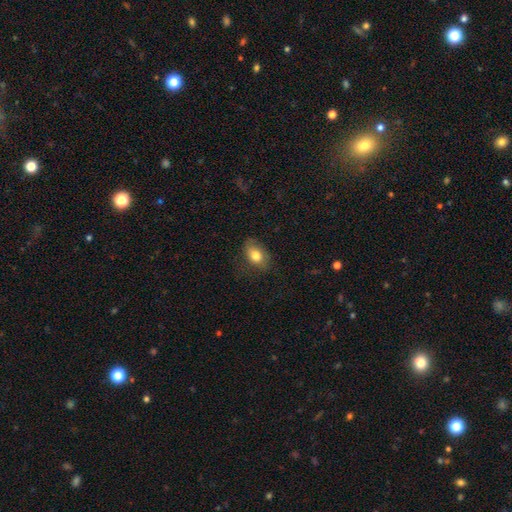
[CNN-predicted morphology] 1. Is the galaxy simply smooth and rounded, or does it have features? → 79% smooth, 13% featured or disk, 8% star or artifact.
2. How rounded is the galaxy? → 83% in between, 15% round, 2% cigar-shaped.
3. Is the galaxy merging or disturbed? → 71% none, 21% minor disturbance, 6% major disturbance, 1% merger.